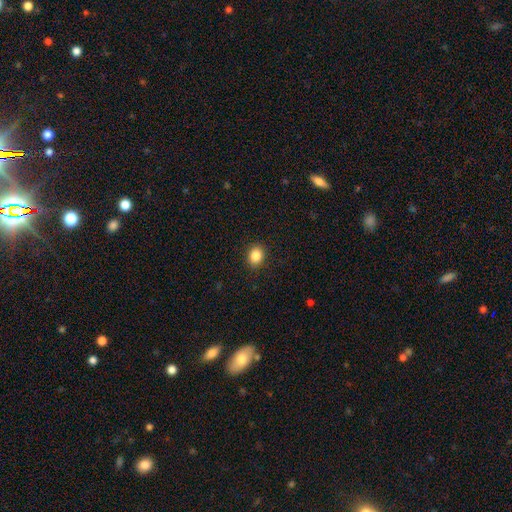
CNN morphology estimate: A smooth galaxy with no disk features (86%) that is in between round and cigar-shaped (50%). Merging: none (90%).